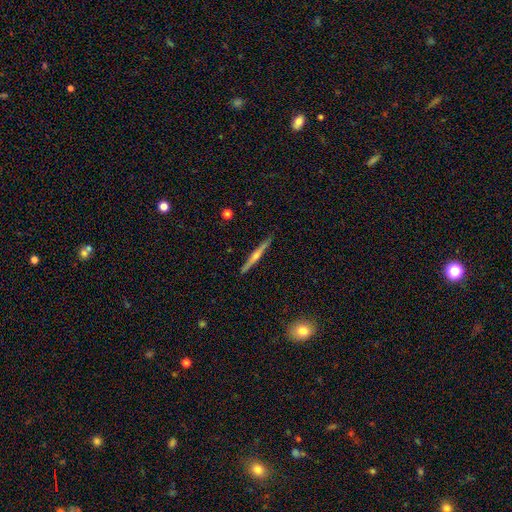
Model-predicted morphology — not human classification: Smooth or featured? Predicted: featured or disk (p=0.73). Edge-on disk? Predicted: yes (p=0.98). Edge-on bulge? Predicted: rounded (p=0.81). Merging? Predicted: none (p=0.92).